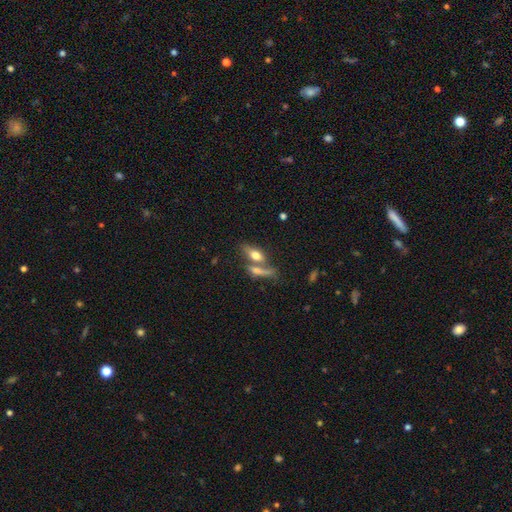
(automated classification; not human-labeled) The model was most divided on "merging": none: 43%, merger: 42%, minor disturbance: 10%, major disturbance: 5%. More confident: how rounded — in between (63%); smooth or featured — smooth (62%).